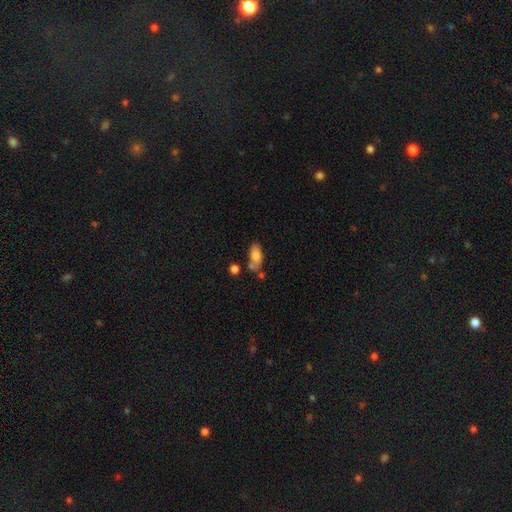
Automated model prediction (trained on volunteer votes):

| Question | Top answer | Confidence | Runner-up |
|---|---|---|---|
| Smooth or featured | smooth | 77% | featured or disk (14%) |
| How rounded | in between | 85% | cigar-shaped (11%) |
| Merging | none | 56% | minor disturbance (20%) |